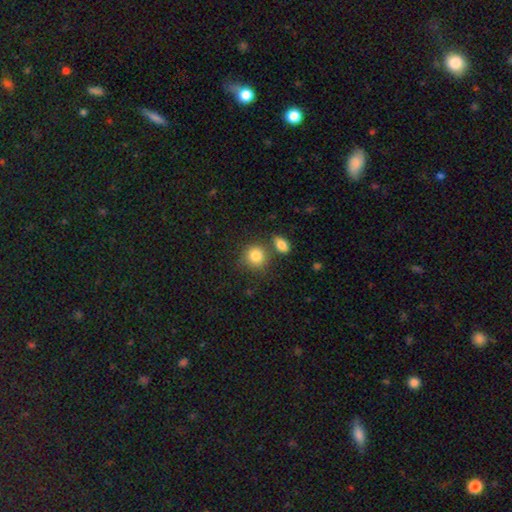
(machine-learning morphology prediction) Smooth or featured? Predicted: smooth (p=0.84). How rounded? Predicted: round (p=0.84). Merging? Predicted: none (p=0.67).